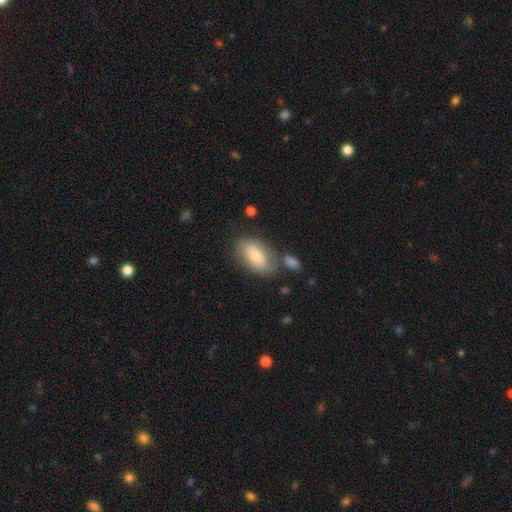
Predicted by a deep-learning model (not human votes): This is likely a smooth galaxy (67%). How rounded: clearly in between (91%). Merging: likely none (62%).